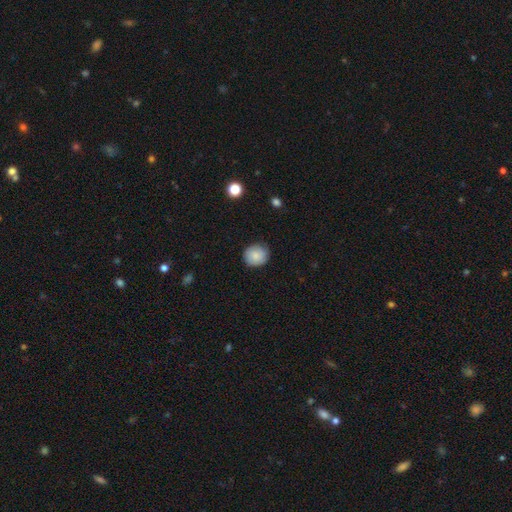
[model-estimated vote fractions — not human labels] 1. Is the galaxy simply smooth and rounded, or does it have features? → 84% smooth, 9% featured or disk, 7% star or artifact.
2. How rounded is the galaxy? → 86% round, 13% in between, 1% cigar-shaped.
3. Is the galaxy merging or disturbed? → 83% none, 13% minor disturbance, 3% major disturbance, 1% merger.